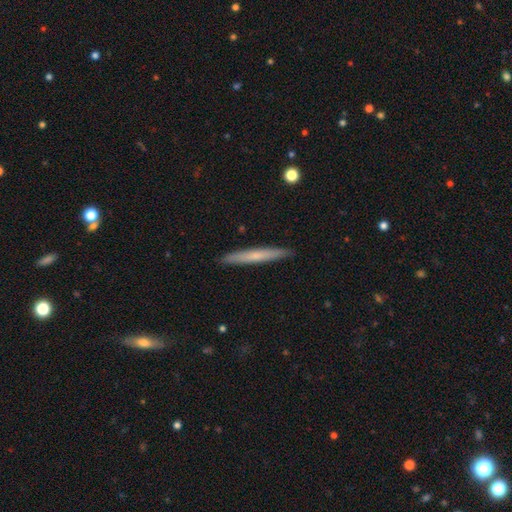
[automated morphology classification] Smooth or featured? Predicted: smooth (p=0.57). How rounded? Predicted: cigar-shaped (p=0.96). Merging? Predicted: none (p=0.91).